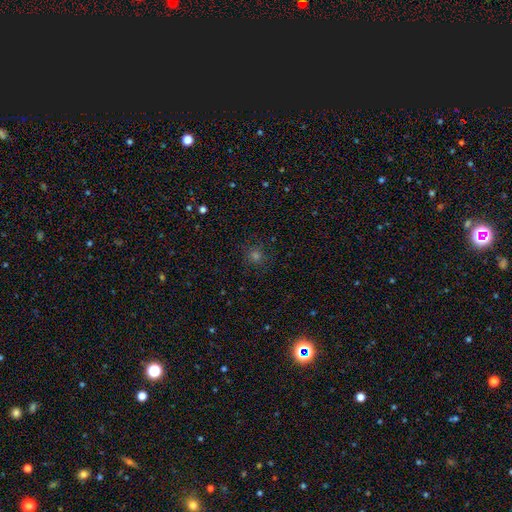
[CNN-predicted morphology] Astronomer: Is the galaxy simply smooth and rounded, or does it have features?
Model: smooth — 57% (runner-up: star or artifact, 35%).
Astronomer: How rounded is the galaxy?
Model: round — 92%.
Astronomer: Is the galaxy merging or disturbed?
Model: none — 87%.